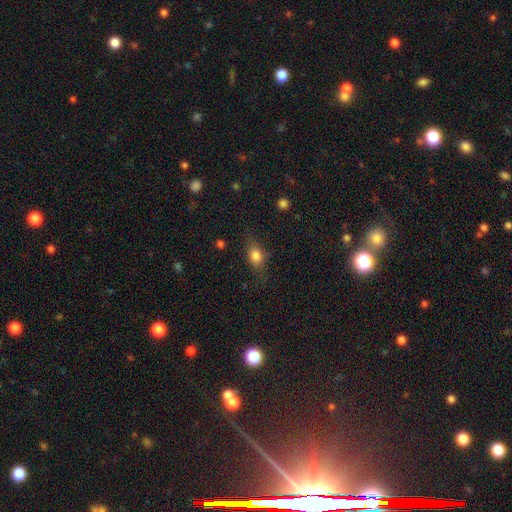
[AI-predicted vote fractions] Smooth or featured?
  - smooth: 77% *
  - featured or disk: 13%
  - star or artifact: 10%
How rounded?
  - in between: 69% *
  - round: 23%
  - cigar-shaped: 8%
Merging?
  - none: 71% *
  - minor disturbance: 20%
  - major disturbance: 7%
  - merger: 2%